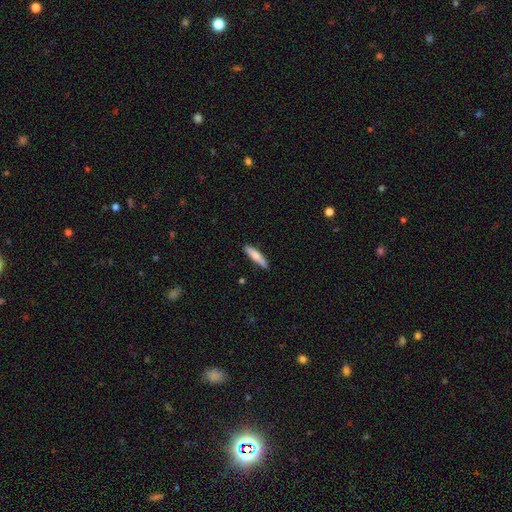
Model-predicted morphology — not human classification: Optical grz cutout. It shows a smooth galaxy with no disk features (73%) that is cigar-shaped (83%). Merging: none (88%).